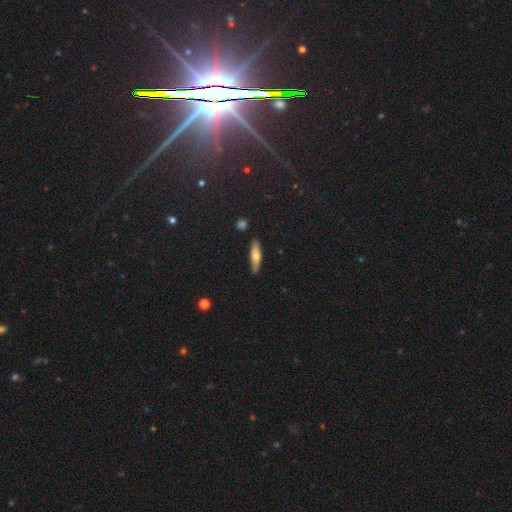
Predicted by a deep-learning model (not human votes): smooth 65%, featured or disk 28%, star or artifact 7%. Down the decision tree: how rounded — cigar-shaped (66%); merging — none (82%).